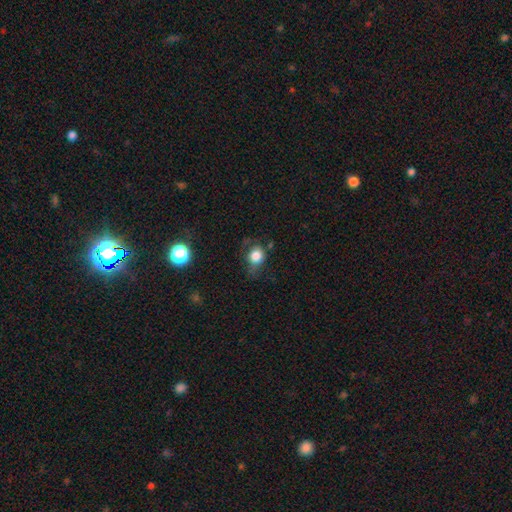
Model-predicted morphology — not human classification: smooth-or-featured: smooth: 80% | star or artifact: 11% | featured or disk: 9%
  how-rounded: round: 69% | in between: 30% | cigar-shaped: 1%
  merging: none: 55% | minor disturbance: 29% | major disturbance: 12% | merger: 3%